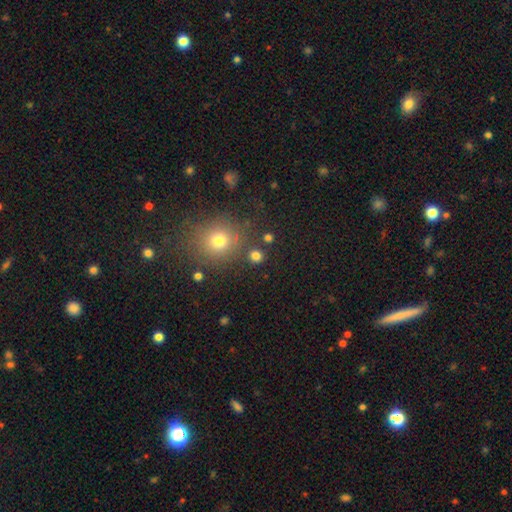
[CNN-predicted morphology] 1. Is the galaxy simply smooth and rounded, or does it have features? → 78% smooth, 17% star or artifact, 5% featured or disk.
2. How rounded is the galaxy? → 90% round, 9% in between, 1% cigar-shaped.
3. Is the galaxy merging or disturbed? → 84% none, 6% minor disturbance, 6% merger, 3% major disturbance.